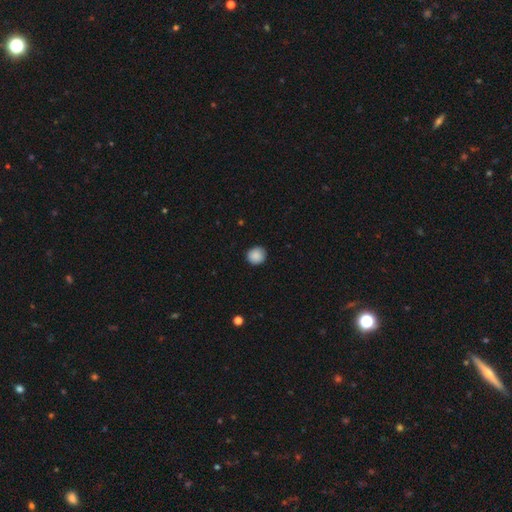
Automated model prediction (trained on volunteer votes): Smooth or featured: smooth — 88% (star or artifact — 8%)
How rounded: round — 89% (in between — 10%)
Merging: none — 89% (minor disturbance — 8%)